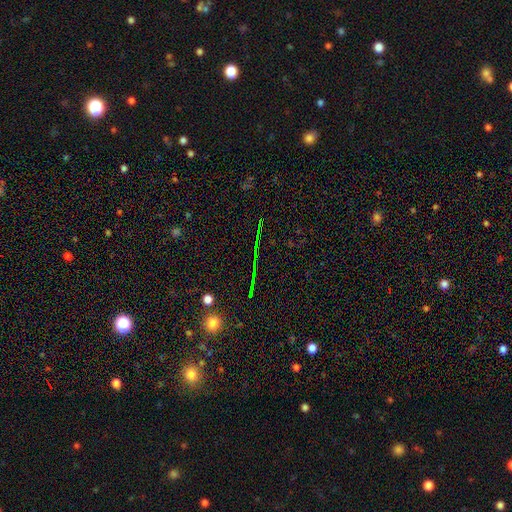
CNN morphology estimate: star or artifact 72%, smooth 16%, featured or disk 12%.